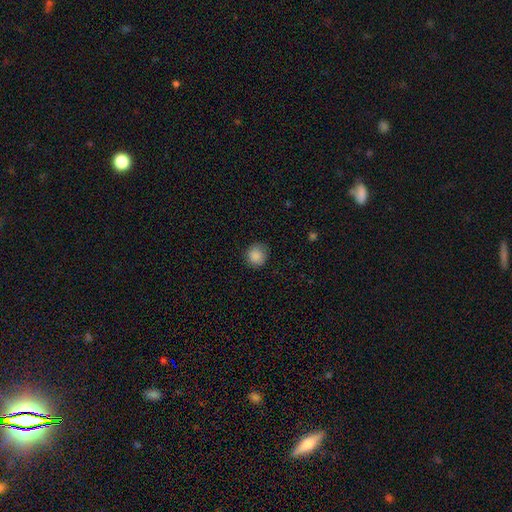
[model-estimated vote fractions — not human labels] Smooth or featured? Predicted: smooth (p=0.88). How rounded? Predicted: round (p=0.89). Merging? Predicted: none (p=0.83).